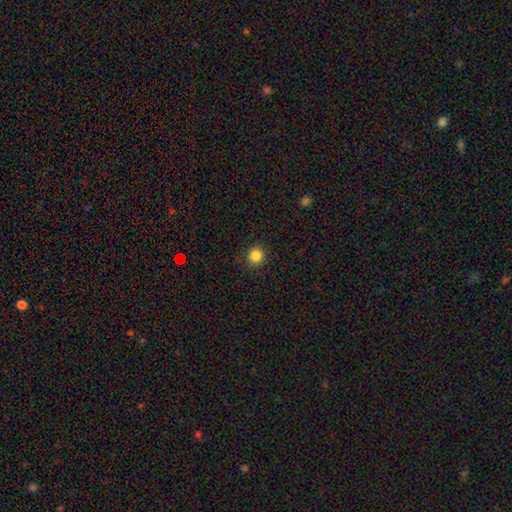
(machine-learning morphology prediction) Q: Smooth or featured?
A: smooth (85%); runner-up: star or artifact (12%)
Q: How rounded?
A: round (94%); runner-up: in between (5%)
Q: Merging?
A: none (91%); runner-up: minor disturbance (6%)